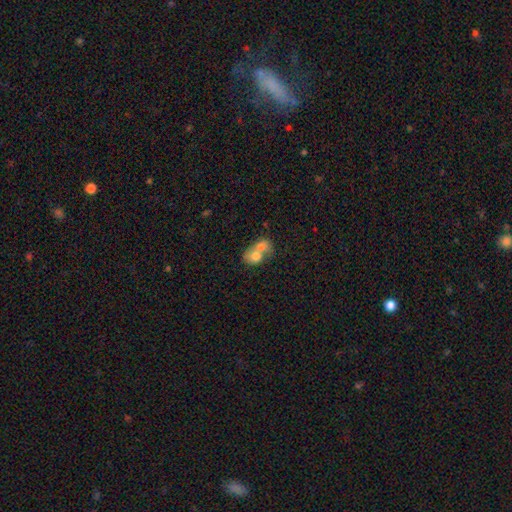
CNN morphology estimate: Smooth or featured?
  - smooth: 69% *
  - featured or disk: 23%
  - star or artifact: 8%
How rounded?
  - in between: 58% *
  - round: 41%
  - cigar-shaped: 1%
Merging?
  - merger: 78% *
  - none: 13%
  - minor disturbance: 5%
  - major disturbance: 4%